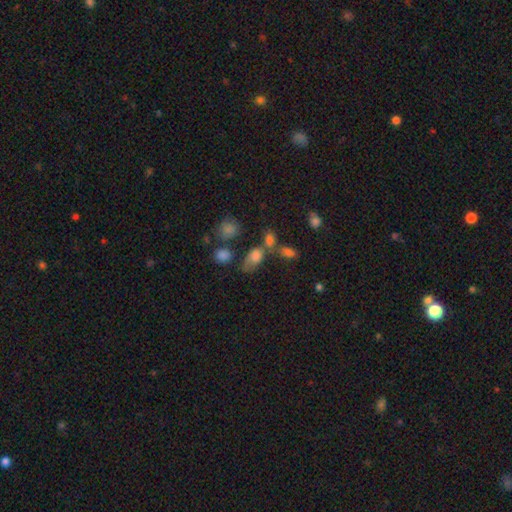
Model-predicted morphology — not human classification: type=smooth (72%); roundness=in between (80%); merging=none (39%).